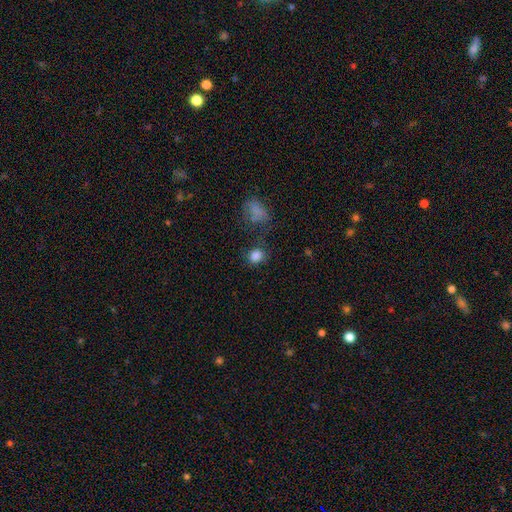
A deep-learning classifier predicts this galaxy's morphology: A smooth galaxy with no disk features (83%) that is round (70%). Merging: none (70%).